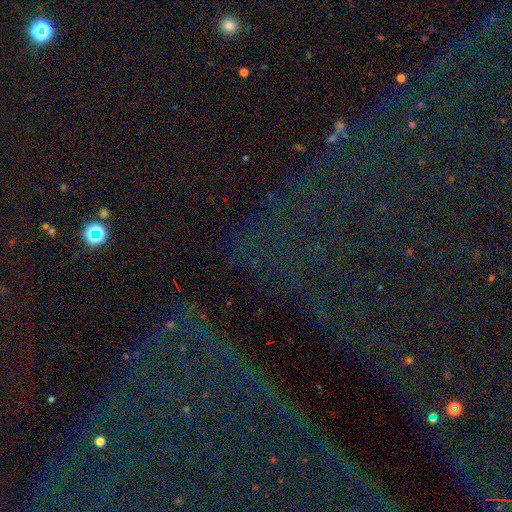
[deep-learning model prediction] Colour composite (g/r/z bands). It shows a star or artifact, not a galaxy (82%).